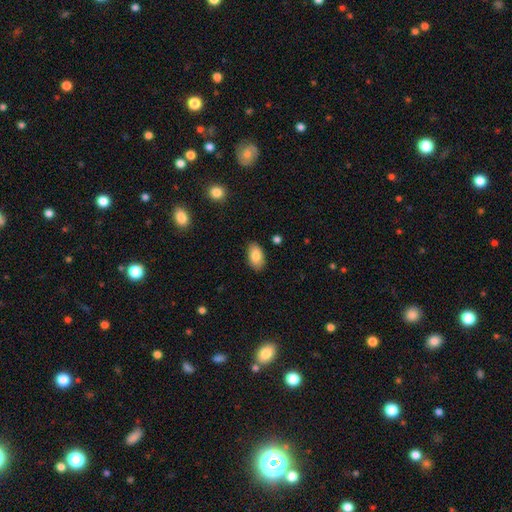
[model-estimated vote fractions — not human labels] A smooth galaxy with no disk features (85%) that is in between round and cigar-shaped (94%).

Vote fractions:
- Smooth or featured? smooth: 85% / featured or disk: 8% / star or artifact: 7%
- How rounded? in between: 94% / round: 5% / cigar-shaped: 2%
- Merging? none: 86% / minor disturbance: 11% / major disturbance: 2% / merger: 1%